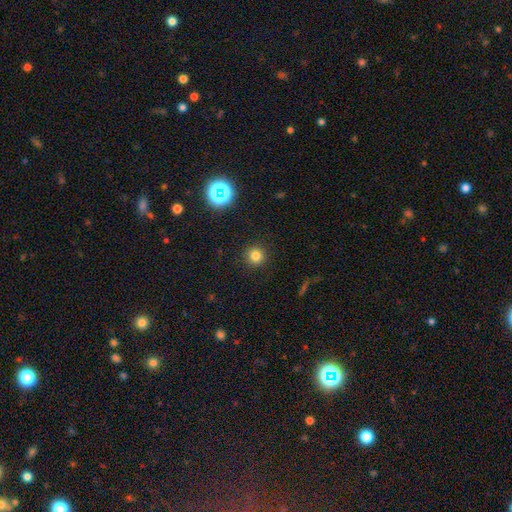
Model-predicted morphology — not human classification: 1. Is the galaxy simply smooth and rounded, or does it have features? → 78% smooth, 16% star or artifact, 6% featured or disk.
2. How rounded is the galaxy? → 94% round, 5% in between, 1% cigar-shaped.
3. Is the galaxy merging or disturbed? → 91% none, 6% minor disturbance, 2% major disturbance, 1% merger.